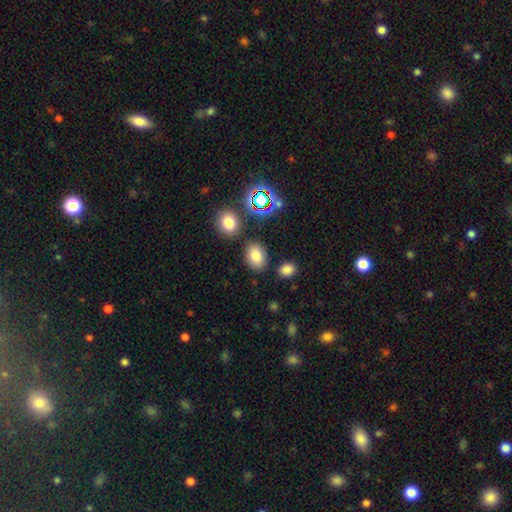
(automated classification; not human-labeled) Smooth or featured? Predicted: smooth (p=0.78). How rounded? Predicted: in between (p=0.75). Merging? Predicted: none (p=0.81).